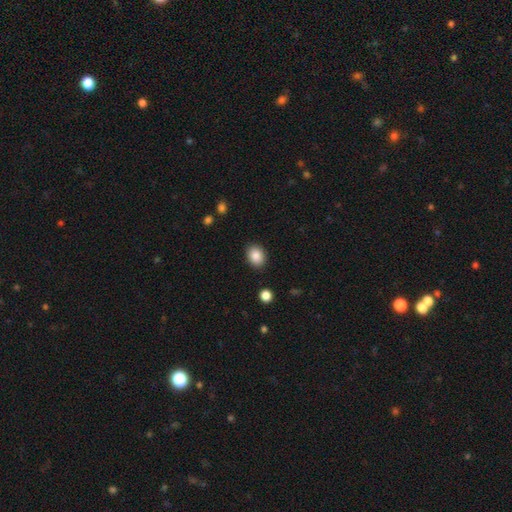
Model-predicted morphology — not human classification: A smooth galaxy with no disk features (87%) that is in between round and cigar-shaped (54%).

Vote fractions:
- Smooth or featured? smooth: 87% / star or artifact: 9% / featured or disk: 5%
- How rounded? in between: 54% / round: 45% / cigar-shaped: 1%
- Merging? none: 88% / minor disturbance: 8% / major disturbance: 2% / merger: 1%